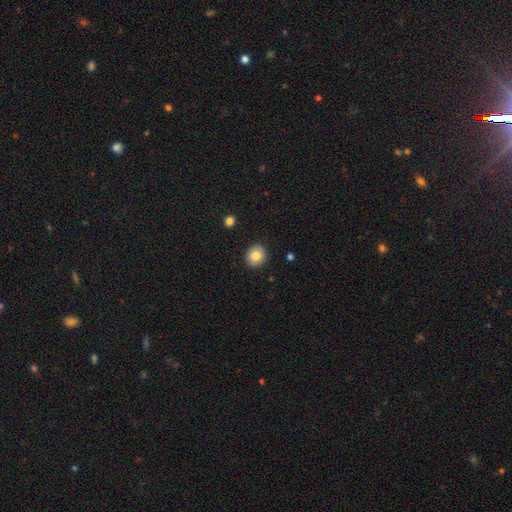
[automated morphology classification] smooth_or_featured: smooth (p=0.83) [alt: star or artifact p=0.09]
how_rounded: round (p=0.83) [alt: in between p=0.16]
merging: none (p=0.91) [alt: minor disturbance p=0.06]